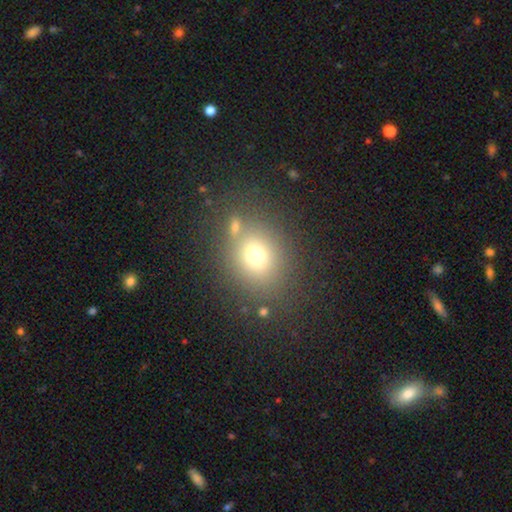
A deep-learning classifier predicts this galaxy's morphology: Smooth or featured: smooth — 70% (star or artifact — 17%)
How rounded: round — 70% (in between — 29%)
Merging: none — 72% (minor disturbance — 11%)